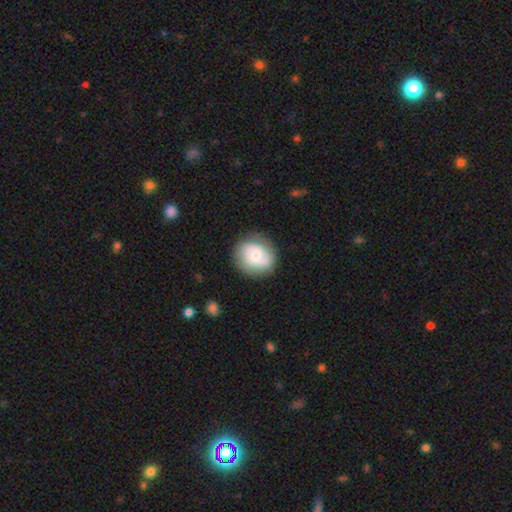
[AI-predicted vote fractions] A smooth galaxy with no disk features (50%) that is round (71%).

Vote fractions:
- Smooth or featured? smooth: 50% / featured or disk: 43% / star or artifact: 7%
- How rounded? round: 71% / in between: 28% / cigar-shaped: 1%
- Merging? none: 77% / minor disturbance: 16% / major disturbance: 6% / merger: 2%